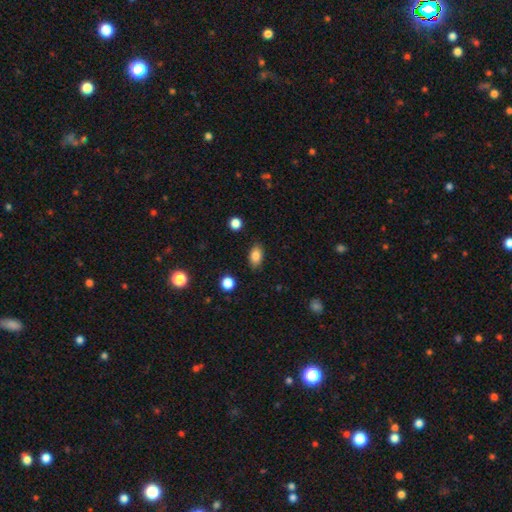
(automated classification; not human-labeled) Smooth or featured?
  - smooth: 84% *
  - star or artifact: 9%
  - featured or disk: 7%
How rounded?
  - in between: 87% *
  - round: 10%
  - cigar-shaped: 3%
Merging?
  - none: 86% *
  - minor disturbance: 10%
  - major disturbance: 3%
  - merger: 1%